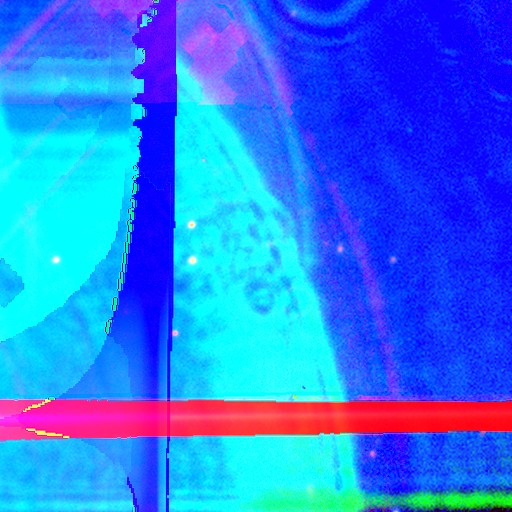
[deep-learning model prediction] Q: Smooth or featured?
A: star or artifact (88%); runner-up: featured or disk (6%)